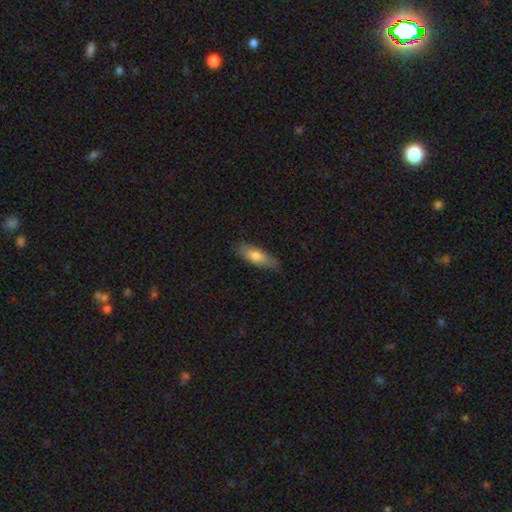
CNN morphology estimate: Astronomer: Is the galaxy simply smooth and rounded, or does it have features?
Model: smooth — 72%.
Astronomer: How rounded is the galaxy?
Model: in between — 62%.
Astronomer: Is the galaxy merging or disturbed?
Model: none — 76%.